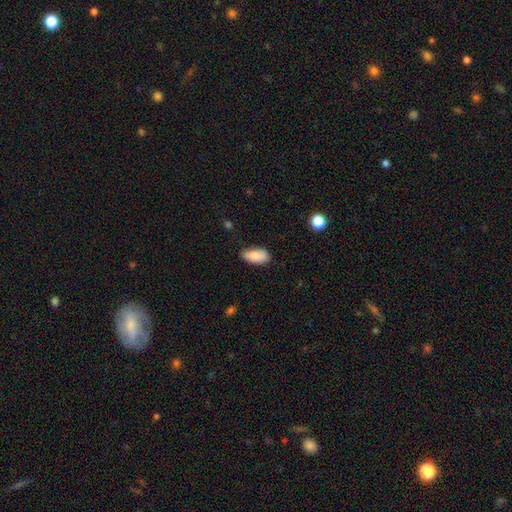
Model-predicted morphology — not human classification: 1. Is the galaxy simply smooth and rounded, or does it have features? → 83% smooth, 11% featured or disk, 7% star or artifact.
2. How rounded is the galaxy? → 92% in between, 5% cigar-shaped, 3% round.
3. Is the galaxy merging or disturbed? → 77% none, 18% minor disturbance, 3% major disturbance, 1% merger.